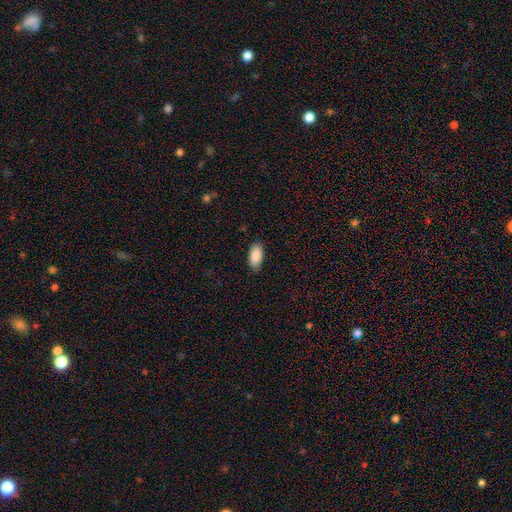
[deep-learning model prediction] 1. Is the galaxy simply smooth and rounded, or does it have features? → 89% smooth, 6% star or artifact, 5% featured or disk.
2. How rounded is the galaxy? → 92% in between, 6% cigar-shaped, 2% round.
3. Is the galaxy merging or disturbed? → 87% none, 10% minor disturbance, 2% major disturbance, 1% merger.